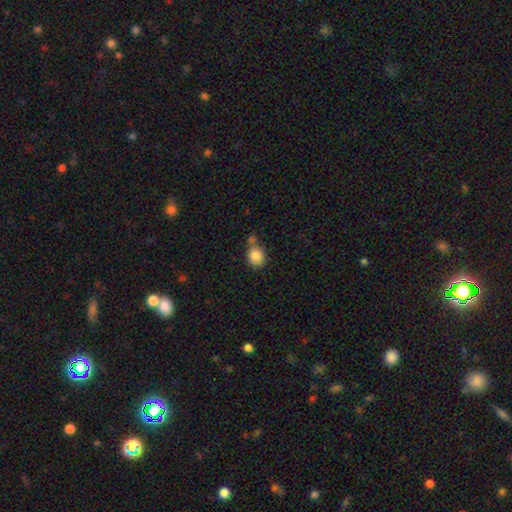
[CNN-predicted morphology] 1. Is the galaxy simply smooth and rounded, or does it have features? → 86% smooth, 9% star or artifact, 5% featured or disk.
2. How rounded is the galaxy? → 72% round, 27% in between, 1% cigar-shaped.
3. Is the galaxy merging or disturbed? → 57% none, 25% merger, 14% minor disturbance, 4% major disturbance.